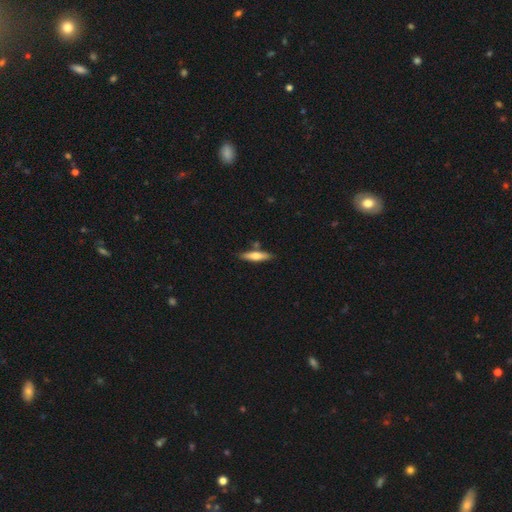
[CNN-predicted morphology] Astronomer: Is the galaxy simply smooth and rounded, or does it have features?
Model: smooth — 62%.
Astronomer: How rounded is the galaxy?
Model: cigar-shaped — 77%.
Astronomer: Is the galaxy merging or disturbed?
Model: none — 80%.